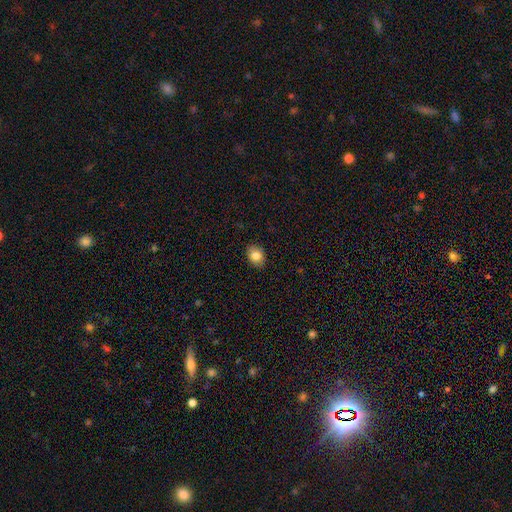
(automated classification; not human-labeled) The model was most divided on "how rounded": in between: 68%, round: 31%, cigar-shaped: 1%. More confident: merging — none (87%); smooth or featured — smooth (83%).